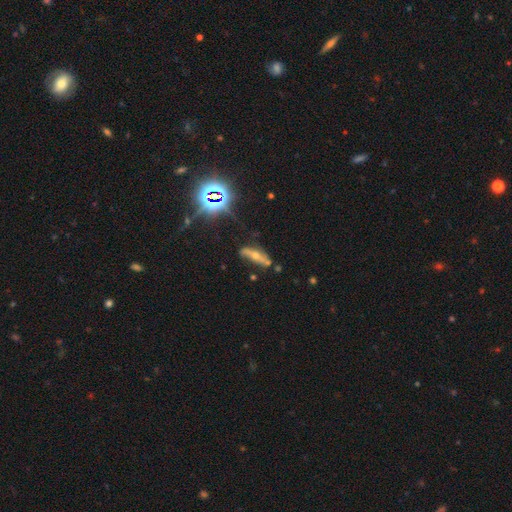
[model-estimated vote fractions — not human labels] This is possibly a featured or disk galaxy (51%). It is possibly not viewed edge-on (51%). Merging: possibly none (58%).